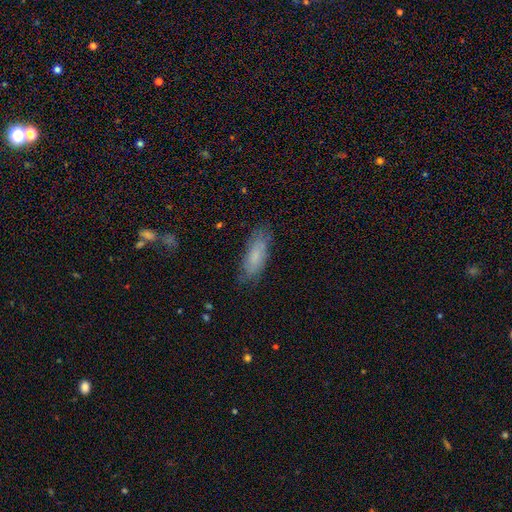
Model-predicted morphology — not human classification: smooth-or-featured: smooth: 71% | featured or disk: 22% | star or artifact: 8%
  how-rounded: in between: 68% | cigar-shaped: 30% | round: 2%
  merging: none: 74% | minor disturbance: 19% | major disturbance: 5% | merger: 1%